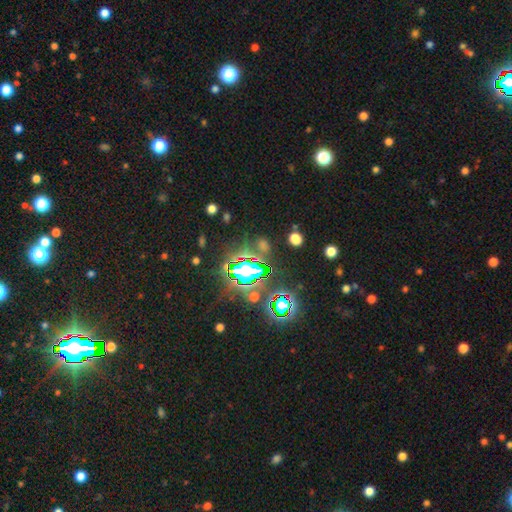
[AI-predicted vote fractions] The model was most divided on "smooth or featured": star or artifact: 84%, smooth: 9%, featured or disk: 7%.